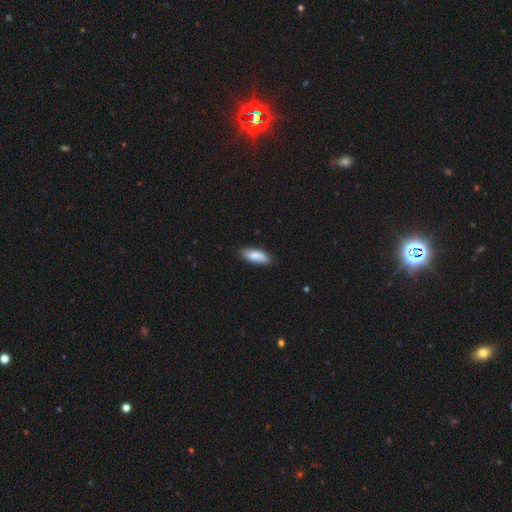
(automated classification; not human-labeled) smooth 85%, featured or disk 10%, star or artifact 6%. Down the decision tree: how rounded — in between (74%); merging — none (84%).